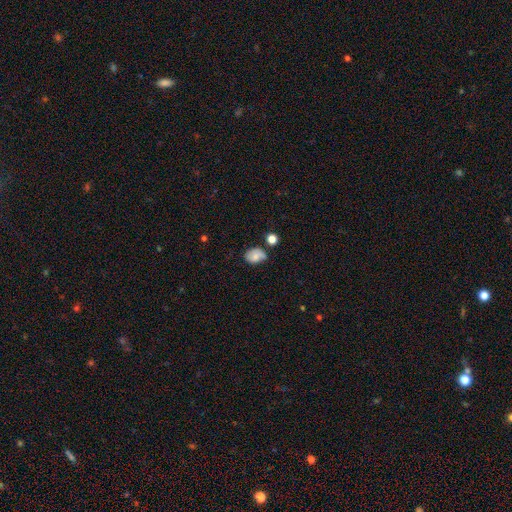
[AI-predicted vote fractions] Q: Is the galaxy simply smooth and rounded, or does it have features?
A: smooth — 68%.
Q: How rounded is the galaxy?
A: in between — 69%.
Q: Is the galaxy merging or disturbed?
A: none — 47%.